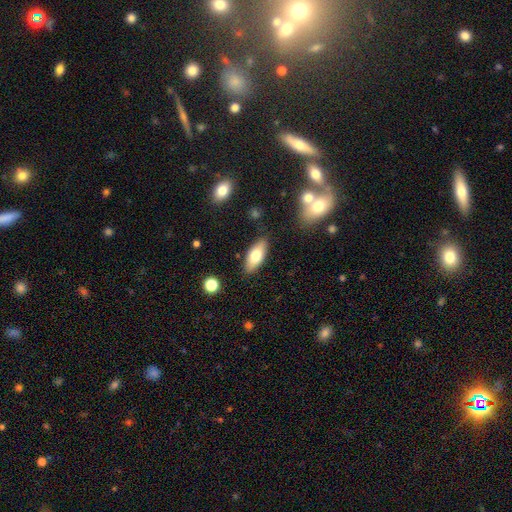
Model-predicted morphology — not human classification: Overall: smooth (73%). How rounded: in between (80%). Merging: none (84%).